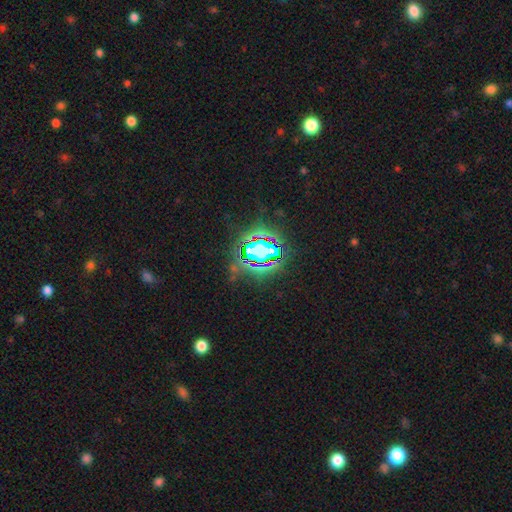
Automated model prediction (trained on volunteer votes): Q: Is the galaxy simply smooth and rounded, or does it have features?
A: star or artifact — 68%.